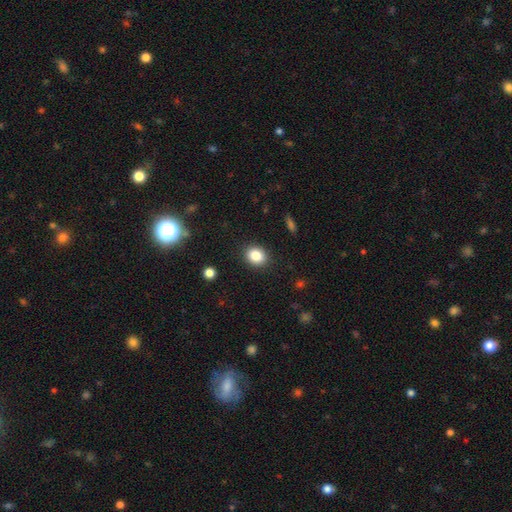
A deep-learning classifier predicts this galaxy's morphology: smooth_or_featured: smooth (p=0.84) [alt: star or artifact p=0.10]
how_rounded: round (p=0.55) [alt: in between p=0.44]
merging: none (p=0.89) [alt: minor disturbance p=0.08]